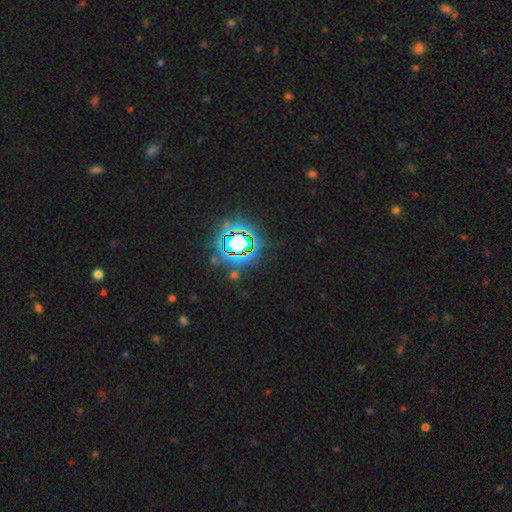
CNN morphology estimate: Smooth or featured? star or artifact (83%)